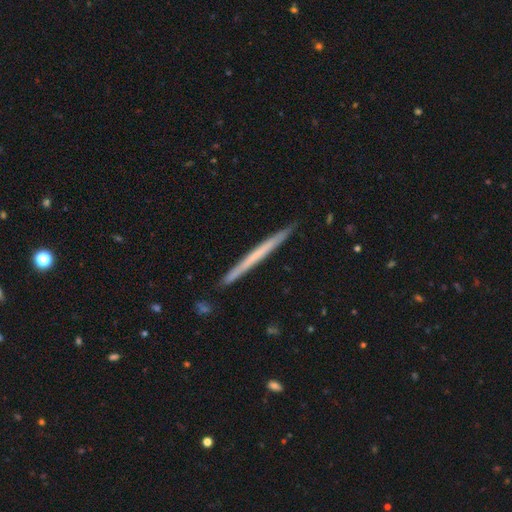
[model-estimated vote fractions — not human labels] smooth_or_featured: featured or disk (p=0.48) [alt: smooth p=0.46]
merging: none (p=0.91) [alt: minor disturbance p=0.07]